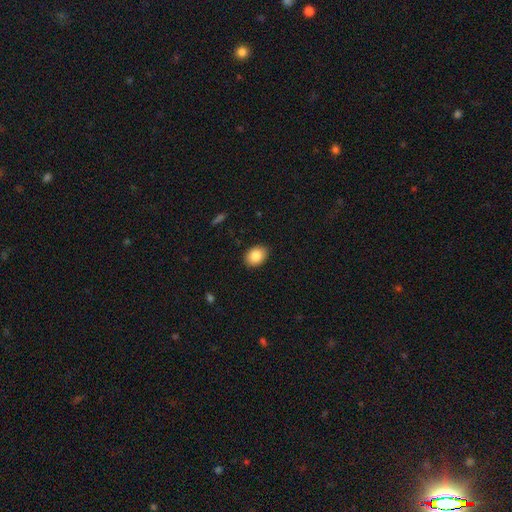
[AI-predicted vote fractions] smooth-or-featured: smooth: 85% | star or artifact: 8% | featured or disk: 8%
  how-rounded: in between: 71% | round: 29% | cigar-shaped: 1%
  merging: none: 88% | minor disturbance: 9% | major disturbance: 2% | merger: 1%